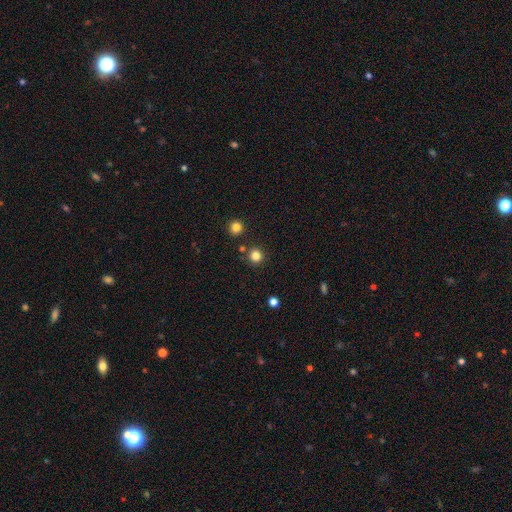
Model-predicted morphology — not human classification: A smooth galaxy with no disk features (82%) that is round (93%).

Vote fractions:
- Smooth or featured? smooth: 82% / star or artifact: 14% / featured or disk: 5%
- How rounded? round: 93% / in between: 6% / cigar-shaped: 1%
- Merging? none: 86% / minor disturbance: 6% / merger: 5% / major disturbance: 2%